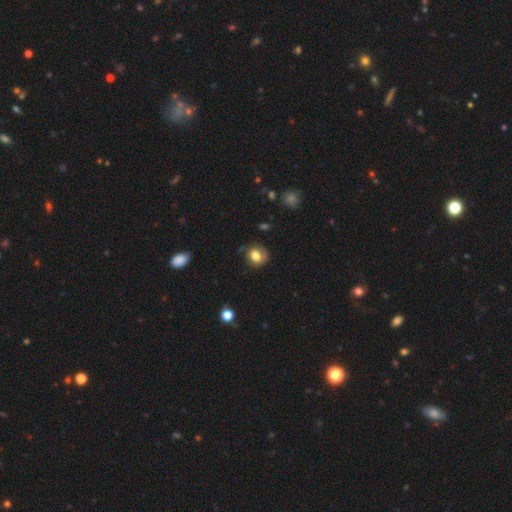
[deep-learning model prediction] Smooth or featured?
  - smooth: 79% *
  - featured or disk: 12%
  - star or artifact: 9%
How rounded?
  - round: 72% *
  - in between: 27%
  - cigar-shaped: 1%
Merging?
  - none: 75% *
  - minor disturbance: 19%
  - major disturbance: 5%
  - merger: 2%